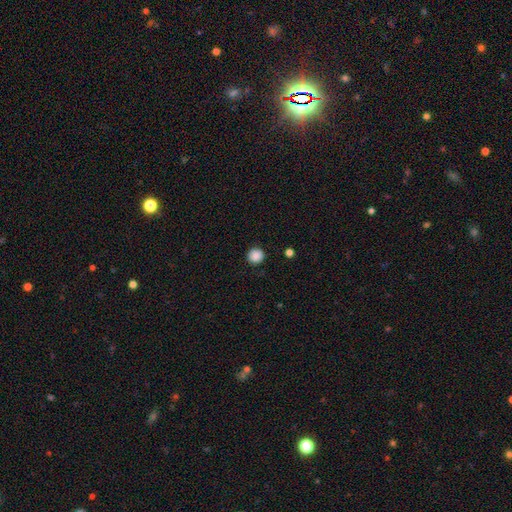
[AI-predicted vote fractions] This is clearly a smooth galaxy (88%). How rounded: clearly round (93%). Merging: clearly none (90%).